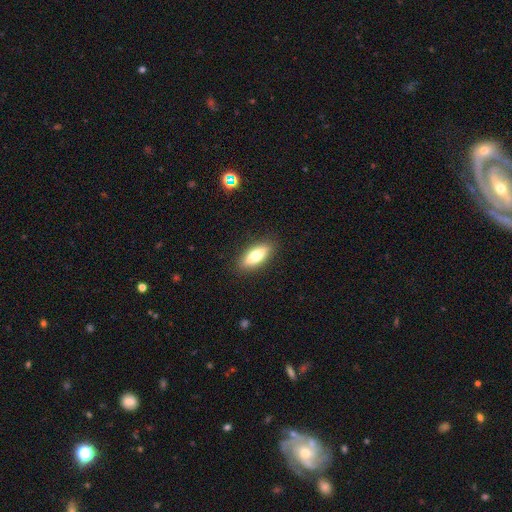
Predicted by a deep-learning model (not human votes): A smooth galaxy with no disk features (65%) that is in between round and cigar-shaped (63%).

Vote fractions:
- Smooth or featured? smooth: 65% / featured or disk: 28% / star or artifact: 7%
- How rounded? in between: 63% / cigar-shaped: 34% / round: 3%
- Merging? none: 88% / minor disturbance: 9% / major disturbance: 2% / merger: 1%